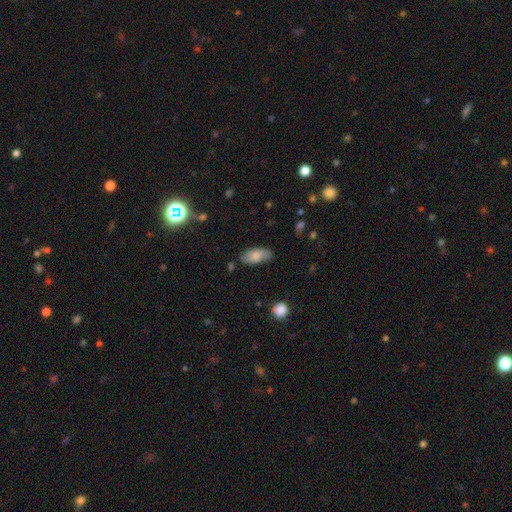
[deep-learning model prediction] A smooth galaxy with no disk features (76%) that is in between round and cigar-shaped (88%). Merging: none (75%).